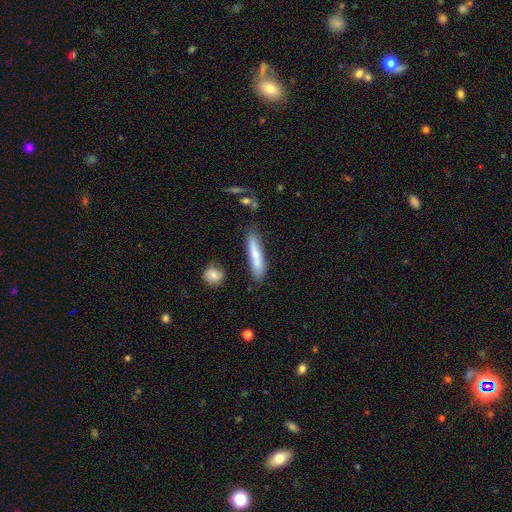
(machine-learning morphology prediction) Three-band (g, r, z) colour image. It shows a smooth galaxy with no disk features (69%) that is cigar-shaped (86%). Merging: none (79%).